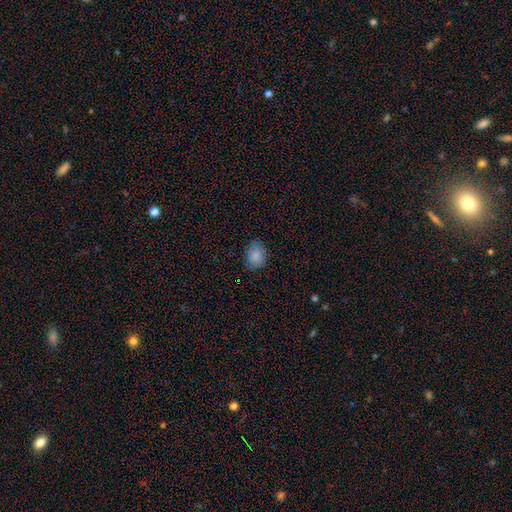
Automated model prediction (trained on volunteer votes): Morphology: type=smooth (87%); roundness=in between (59%); merging=none (82%).